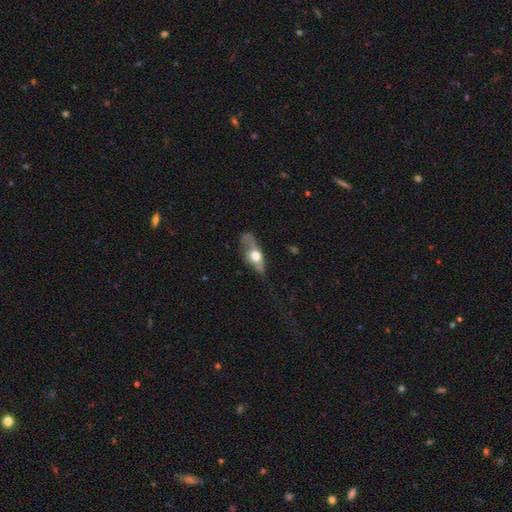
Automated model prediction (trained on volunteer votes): A featured or disk galaxy (47%). Merging: none (39%).